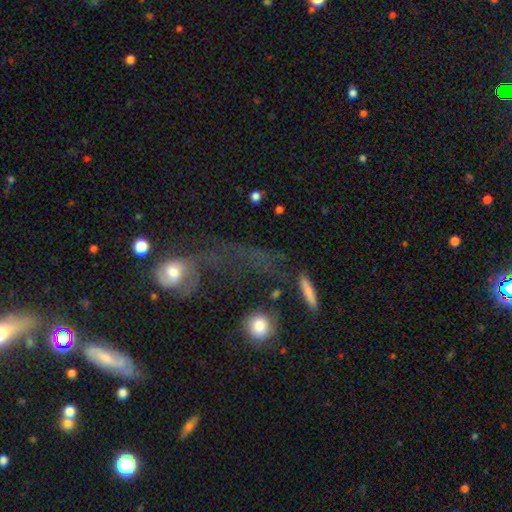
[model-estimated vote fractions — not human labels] smooth_or_featured: smooth (p=0.40) [alt: featured or disk p=0.31]
merging: major disturbance (p=0.37) [alt: none p=0.29]